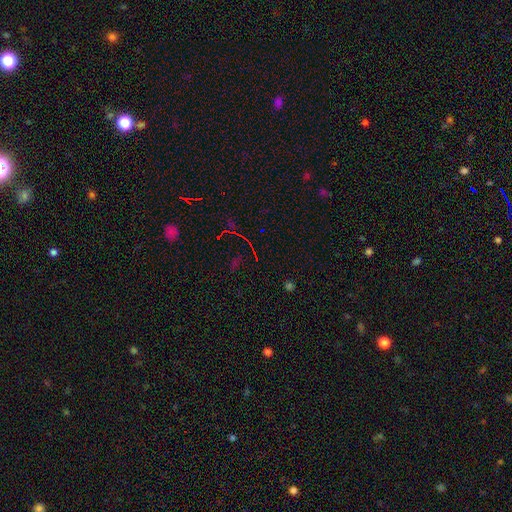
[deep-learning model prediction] Q: Smooth or featured?
A: star or artifact (74%); runner-up: smooth (16%)